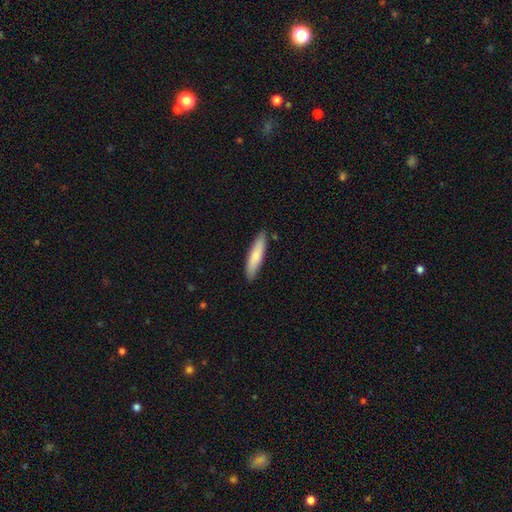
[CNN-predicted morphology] A smooth galaxy with no disk features (77%) that is cigar-shaped (79%). Merging: none (86%).